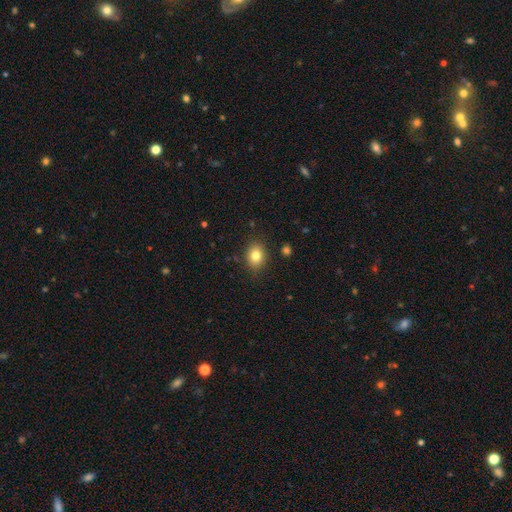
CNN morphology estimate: smooth-or-featured: smooth: 82% | star or artifact: 10% | featured or disk: 8%
  how-rounded: in between: 53% | round: 47% | cigar-shaped: 1%
  merging: none: 86% | minor disturbance: 10% | major disturbance: 2% | merger: 2%